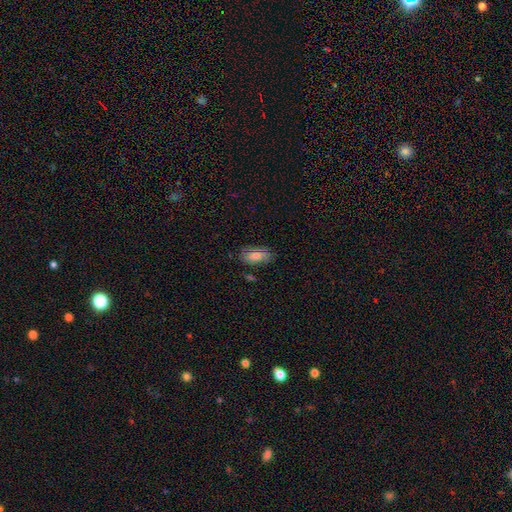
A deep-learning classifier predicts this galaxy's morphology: Smooth or featured? Predicted: smooth (p=0.77). How rounded? Predicted: in between (p=0.91). Merging? Predicted: none (p=0.74).